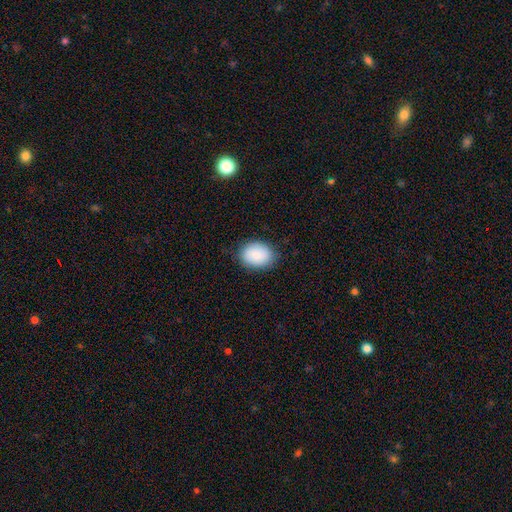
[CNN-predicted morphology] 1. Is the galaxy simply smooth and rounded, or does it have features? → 85% smooth, 8% featured or disk, 7% star or artifact.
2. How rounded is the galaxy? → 68% in between, 32% round, 1% cigar-shaped.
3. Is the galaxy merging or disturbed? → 83% none, 13% minor disturbance, 3% major disturbance, 1% merger.